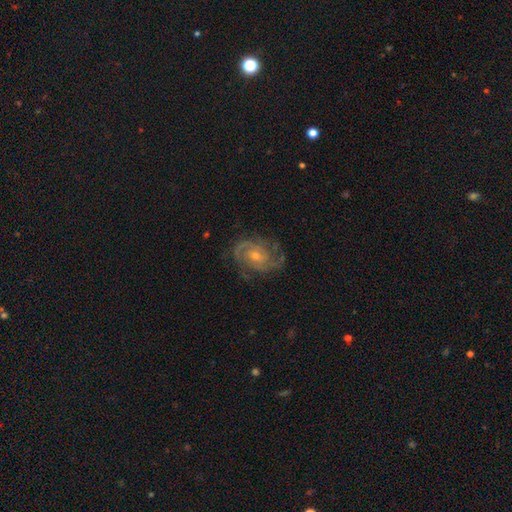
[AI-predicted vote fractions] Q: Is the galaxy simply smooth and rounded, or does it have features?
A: featured or disk — 87%.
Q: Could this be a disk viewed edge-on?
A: no — 97%.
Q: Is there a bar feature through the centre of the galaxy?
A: no — 56%.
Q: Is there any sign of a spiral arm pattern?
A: yes — 97%.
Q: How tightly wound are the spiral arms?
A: tight — 47%.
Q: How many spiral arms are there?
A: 2 — 55%.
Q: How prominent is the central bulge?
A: small — 53%.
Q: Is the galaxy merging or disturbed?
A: none — 76%.